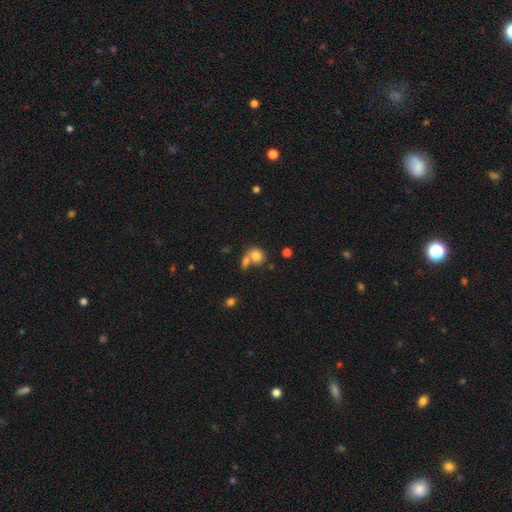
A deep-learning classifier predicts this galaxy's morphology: Smooth or featured? smooth (80%)
How rounded? round (56%)
Merging? merger (48%)